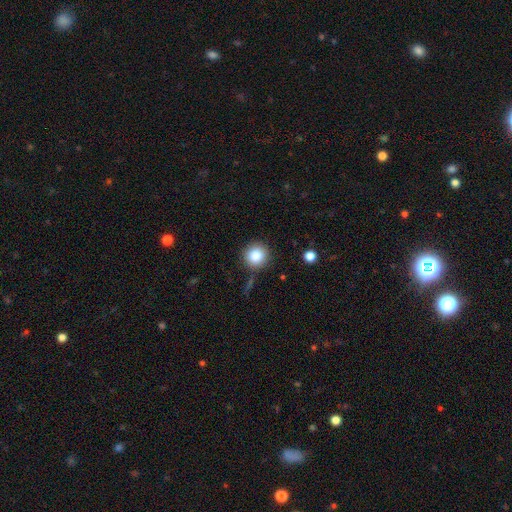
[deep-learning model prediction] Morphology: type=smooth (86%); roundness=round (94%); merging=none (84%).